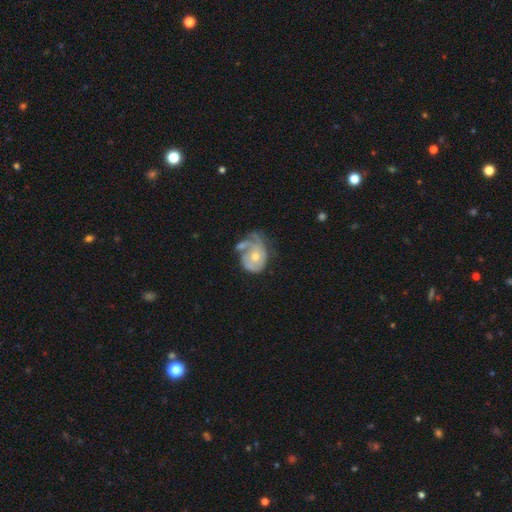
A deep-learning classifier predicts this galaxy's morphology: A featured or disk galaxy (73%) with no bar (79%), tight (57%) spiral arms (79%) and a moderate central bulge (60%).

Vote fractions:
- Smooth or featured? featured or disk: 73% / smooth: 20% / star or artifact: 7%
- Edge-on disk? no: 97% / yes: 3%
- Bar? no: 79% / weak: 17% / strong: 3%
- Spiral arms? yes: 79% / no: 21%
- Spiral winding? tight: 57% / medium: 29% / loose: 14%
- Spiral arm count? can't tell: 34% / 2: 29% / 1: 22% / 3: 10% / 4: 3% / more than 4: 3%
- Bulge size? moderate: 60% / small: 35% / large: 3% / none: 1% / dominant: 1%
- Merging? none: 30% / major disturbance: 26% / minor disturbance: 24% / merger: 19%